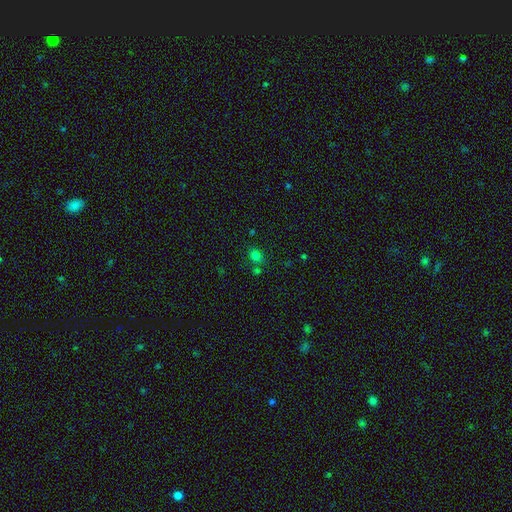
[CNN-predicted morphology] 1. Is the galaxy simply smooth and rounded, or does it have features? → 75% smooth, 19% star or artifact, 6% featured or disk.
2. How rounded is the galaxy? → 60% round, 39% in between, 1% cigar-shaped.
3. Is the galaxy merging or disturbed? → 72% none, 13% merger, 11% minor disturbance, 4% major disturbance.